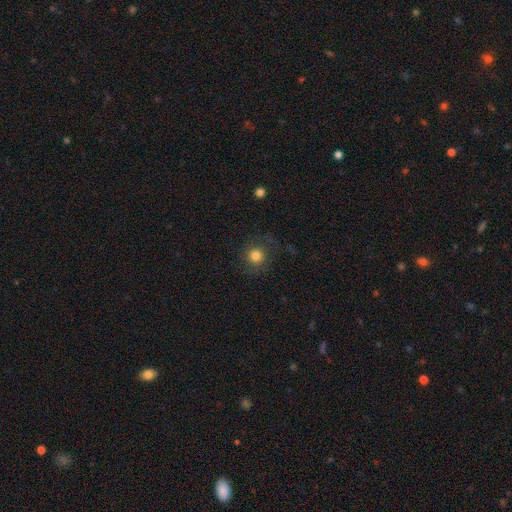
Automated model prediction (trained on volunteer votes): A smooth galaxy with no disk features (78%) that is round (93%).

Vote fractions:
- Smooth or featured? smooth: 78% / star or artifact: 11% / featured or disk: 11%
- How rounded? round: 93% / in between: 6% / cigar-shaped: 1%
- Merging? none: 75% / minor disturbance: 13% / major disturbance: 11% / merger: 1%